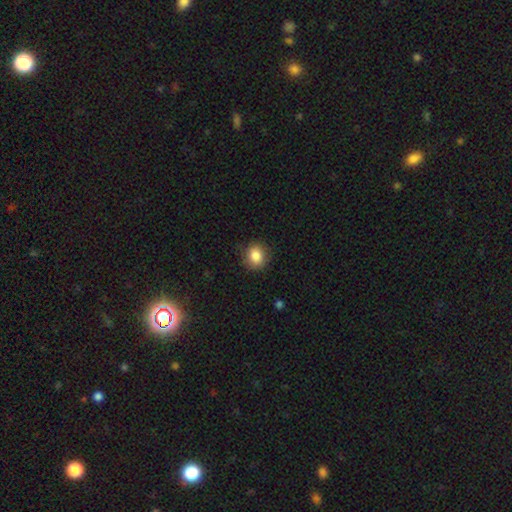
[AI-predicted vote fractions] Overall: smooth (85%). How rounded: round (74%). Merging: none (81%).